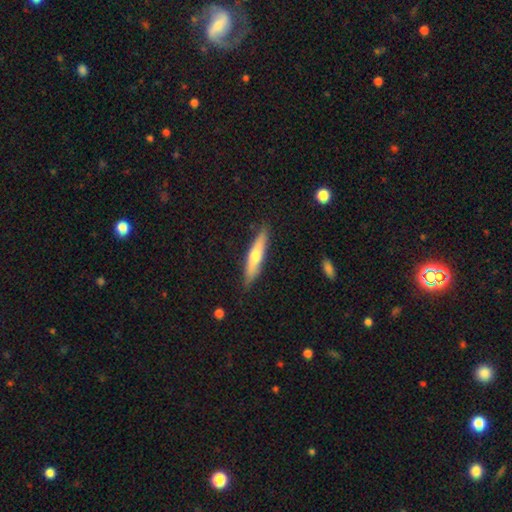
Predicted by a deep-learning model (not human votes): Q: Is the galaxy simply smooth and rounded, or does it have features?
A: smooth — 50%.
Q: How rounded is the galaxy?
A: cigar-shaped — 84%.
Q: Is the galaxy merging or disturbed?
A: none — 86%.